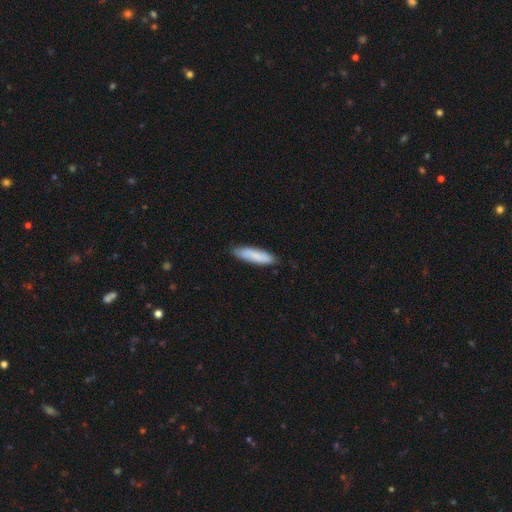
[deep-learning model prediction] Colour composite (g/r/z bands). It shows a smooth galaxy with no disk features (82%) that is cigar-shaped (69%). Merging: none (83%).